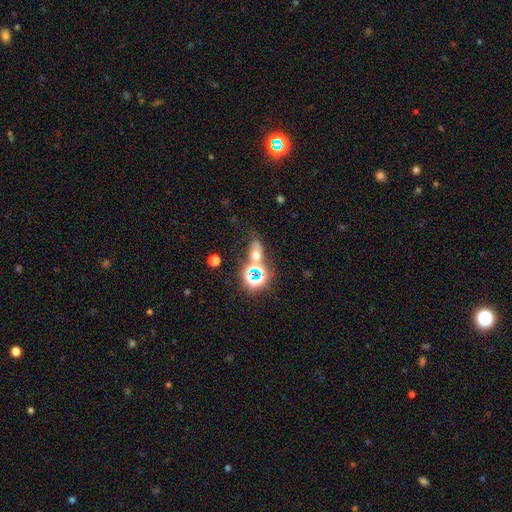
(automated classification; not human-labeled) smooth 46%, star or artifact 36%, featured or disk 18%. Down the decision tree: merging — none (52%).